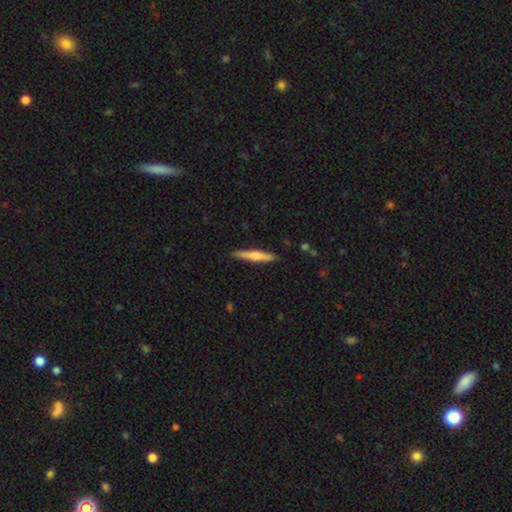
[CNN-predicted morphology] This appears to be a smooth galaxy with no disk features (56%) that is cigar-shaped (93%). Merging: none (89%).